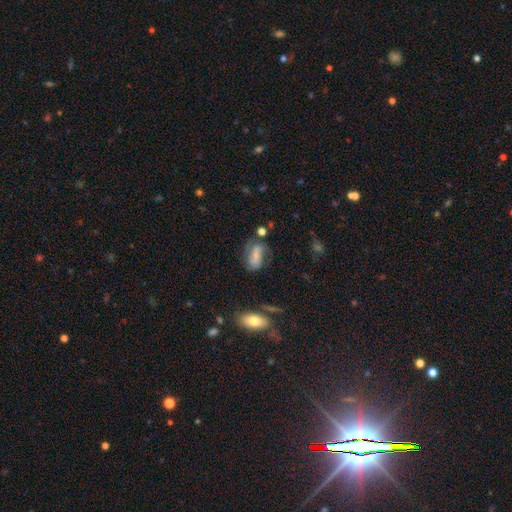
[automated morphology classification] The model was most divided on "smooth or featured": smooth: 47%, featured or disk: 43%, star or artifact: 10%. More confident: merging — none (50%).